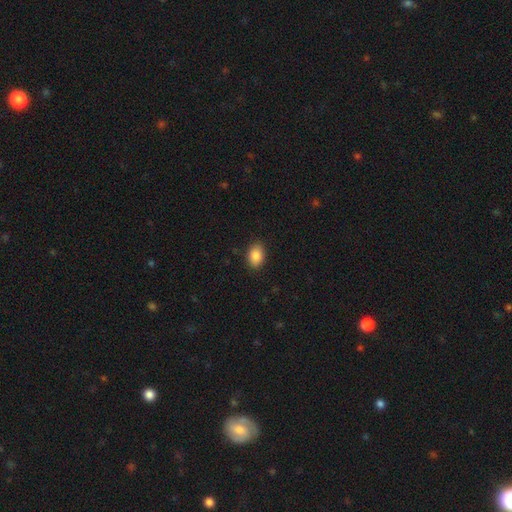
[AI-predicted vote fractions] Smooth or featured? Predicted: smooth (p=0.88). How rounded? Predicted: in between (p=0.83). Merging? Predicted: none (p=0.87).